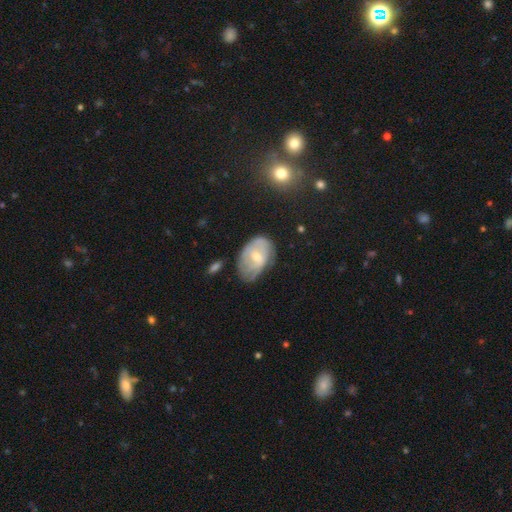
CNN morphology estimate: A featured or disk galaxy (59%) with no bar (46%), spiral arms (71%) and a small central bulge (49%). Merging: none (55%).